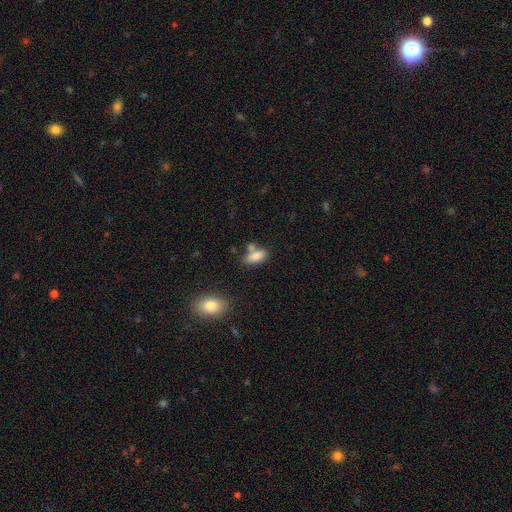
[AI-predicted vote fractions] Smooth or featured: smooth — 82% (featured or disk — 9%)
How rounded: in between — 87% (cigar-shaped — 9%)
Merging: none — 56% (merger — 23%)